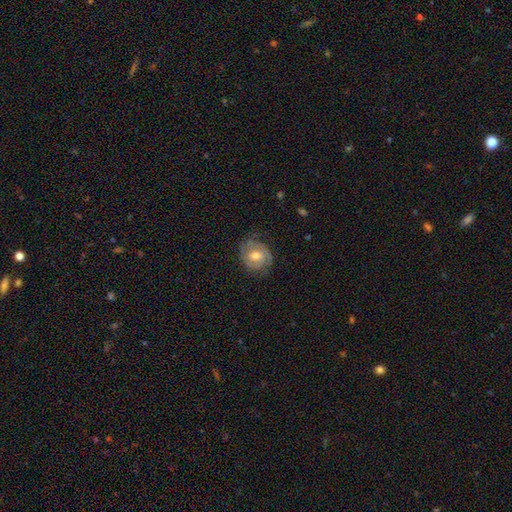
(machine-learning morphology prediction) A featured or disk galaxy (72%) with no bar (48%), 2 (66%) tight (58%) spiral arms (89%) and a moderate central bulge (73%). Merging: none (71%).